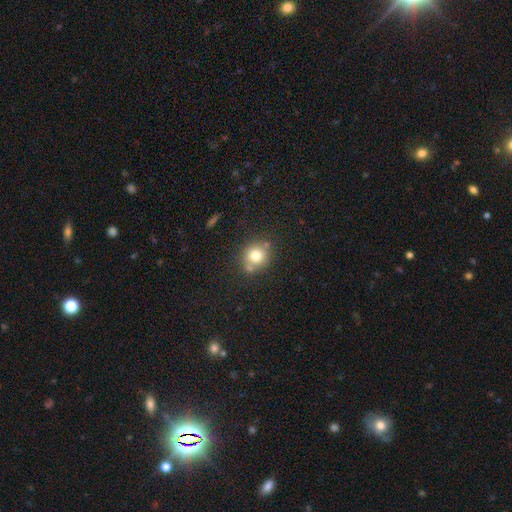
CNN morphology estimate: Smooth or featured?
  - smooth: 77% *
  - star or artifact: 12%
  - featured or disk: 11%
How rounded?
  - round: 83% *
  - in between: 16%
  - cigar-shaped: 1%
Merging?
  - none: 70% *
  - minor disturbance: 14%
  - merger: 12%
  - major disturbance: 4%